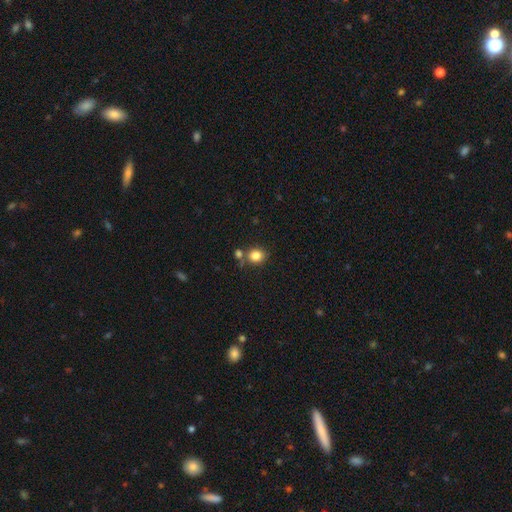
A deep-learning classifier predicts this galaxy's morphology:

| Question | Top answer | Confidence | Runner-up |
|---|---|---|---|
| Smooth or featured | smooth | 84% | star or artifact (10%) |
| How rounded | round | 77% | in between (22%) |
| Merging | none | 66% | merger (19%) |